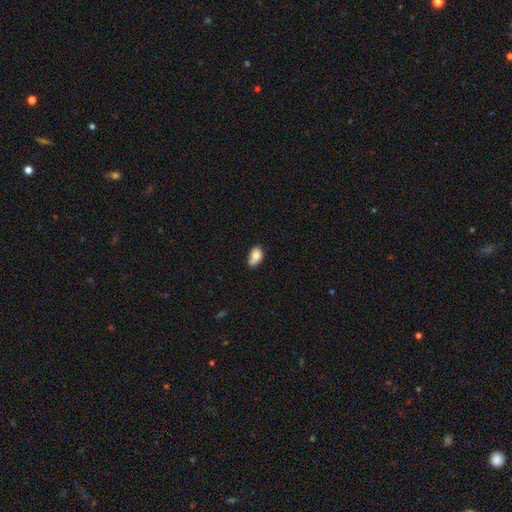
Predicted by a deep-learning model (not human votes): smooth-or-featured: smooth: 82% | featured or disk: 10% | star or artifact: 8%
  how-rounded: in between: 90% | round: 8% | cigar-shaped: 2%
  merging: none: 52% | minor disturbance: 35% | major disturbance: 7% | merger: 5%